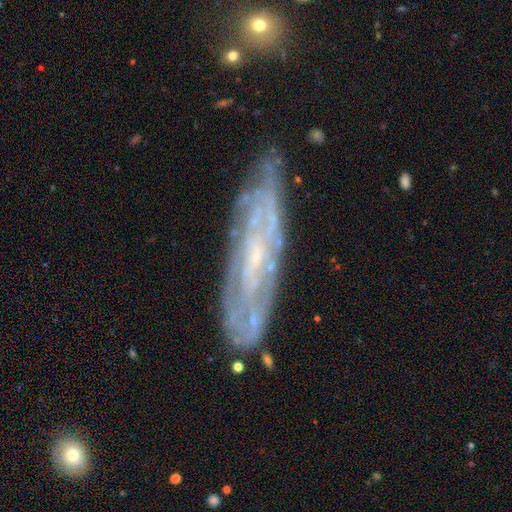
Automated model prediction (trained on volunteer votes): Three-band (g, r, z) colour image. It shows a featured or disk galaxy (80%) with no bar (49%), spiral arms (84%) and a small central bulge (71%). Merging: none (72%).